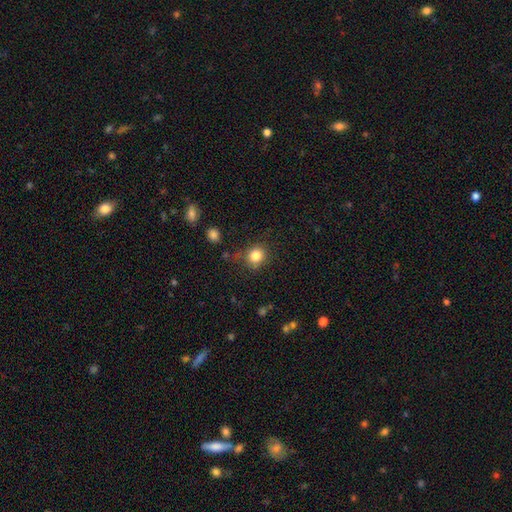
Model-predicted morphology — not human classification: Q: Smooth or featured?
A: smooth (83%); runner-up: star or artifact (11%)
Q: How rounded?
A: round (79%); runner-up: in between (20%)
Q: Merging?
A: none (76%); runner-up: minor disturbance (16%)